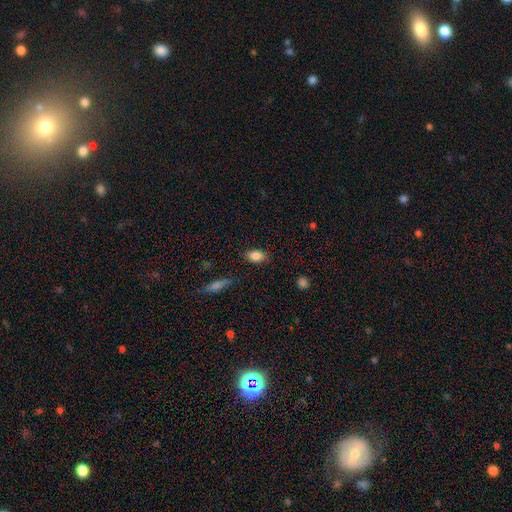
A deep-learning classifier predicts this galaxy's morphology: Smooth or featured? smooth (83%)
How rounded? in between (82%)
Merging? none (80%)